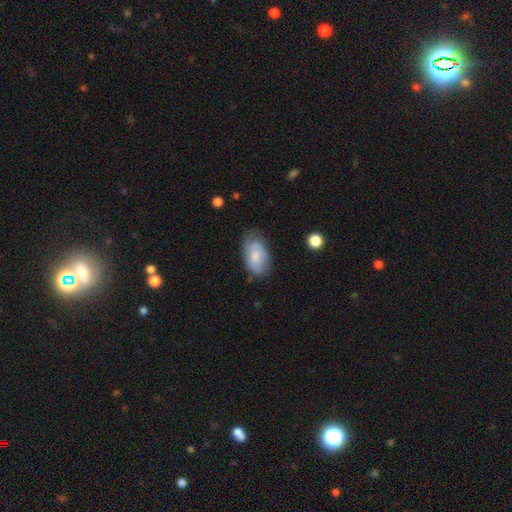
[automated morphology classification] Smooth or featured?
  - smooth: 72% *
  - featured or disk: 22%
  - star or artifact: 6%
How rounded?
  - in between: 93% *
  - round: 5%
  - cigar-shaped: 2%
Merging?
  - none: 67% *
  - minor disturbance: 25%
  - major disturbance: 6%
  - merger: 2%